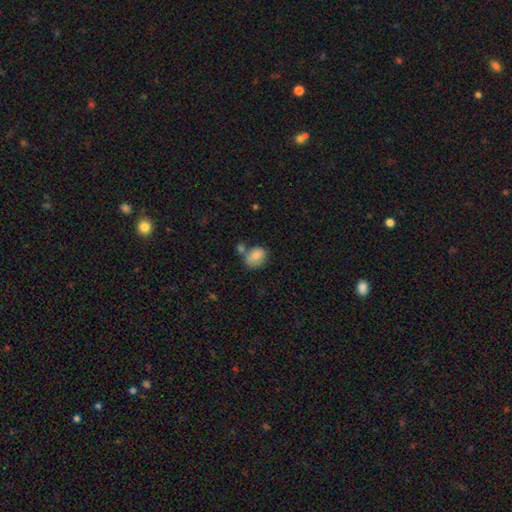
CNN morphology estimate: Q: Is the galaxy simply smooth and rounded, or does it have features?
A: smooth — 81%.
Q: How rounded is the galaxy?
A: in between — 67%.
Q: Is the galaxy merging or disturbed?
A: none — 49%.